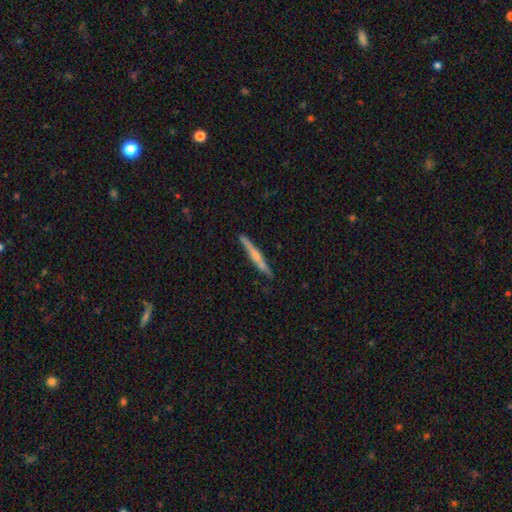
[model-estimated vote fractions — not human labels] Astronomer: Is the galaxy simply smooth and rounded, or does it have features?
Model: featured or disk — 56% (runner-up: smooth, 39%).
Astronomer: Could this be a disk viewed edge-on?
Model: yes — 97%.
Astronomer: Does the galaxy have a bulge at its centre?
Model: rounded — 52% (runner-up: none, 33%).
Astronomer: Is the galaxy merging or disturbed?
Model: none — 88%.